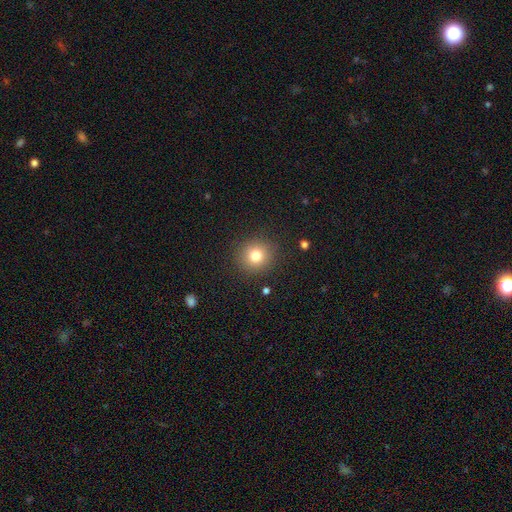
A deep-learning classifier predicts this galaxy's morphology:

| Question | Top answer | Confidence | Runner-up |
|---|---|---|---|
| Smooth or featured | smooth | 79% | star or artifact (12%) |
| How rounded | round | 91% | in between (8%) |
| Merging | none | 89% | minor disturbance (7%) |